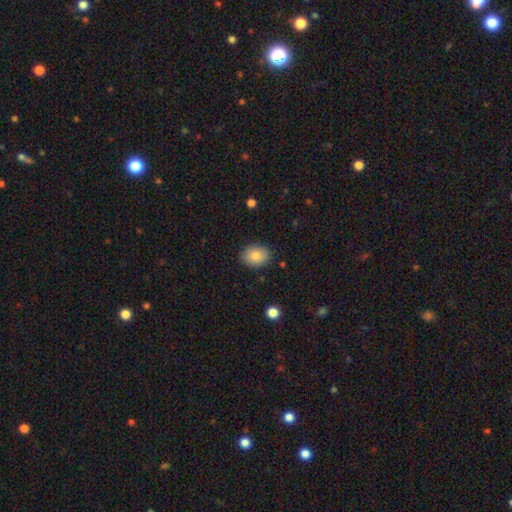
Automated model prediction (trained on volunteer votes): This appears to be a smooth galaxy with no disk features (84%) that is in between round and cigar-shaped (62%). Merging: none (86%).